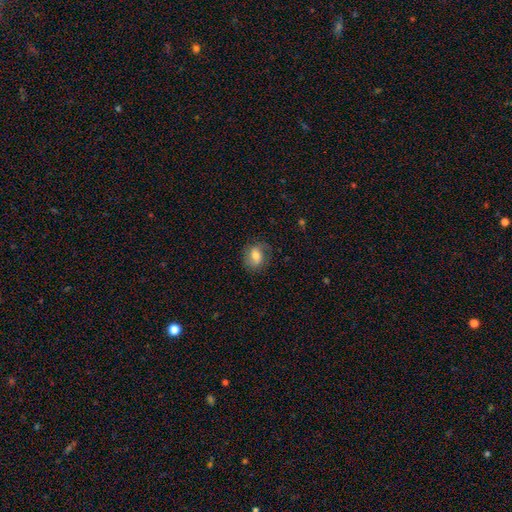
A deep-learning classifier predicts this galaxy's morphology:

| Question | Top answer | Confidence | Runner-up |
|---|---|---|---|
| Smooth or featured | smooth | 55% | featured or disk (36%) |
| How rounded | in between | 52% | round (46%) |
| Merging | none | 72% | minor disturbance (19%) |